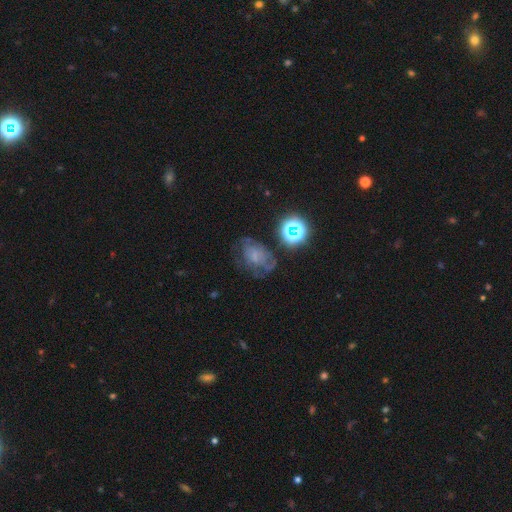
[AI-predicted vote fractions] smooth_or_featured: featured or disk (p=0.43) [alt: smooth p=0.34]
merging: none (p=0.50) [alt: minor disturbance p=0.25]